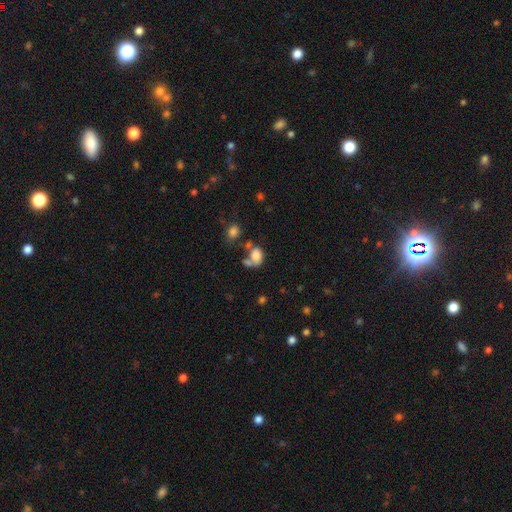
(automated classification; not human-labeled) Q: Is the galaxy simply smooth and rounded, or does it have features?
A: smooth — 77%.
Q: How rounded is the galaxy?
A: in between — 70%.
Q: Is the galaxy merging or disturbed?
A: merger — 37%.